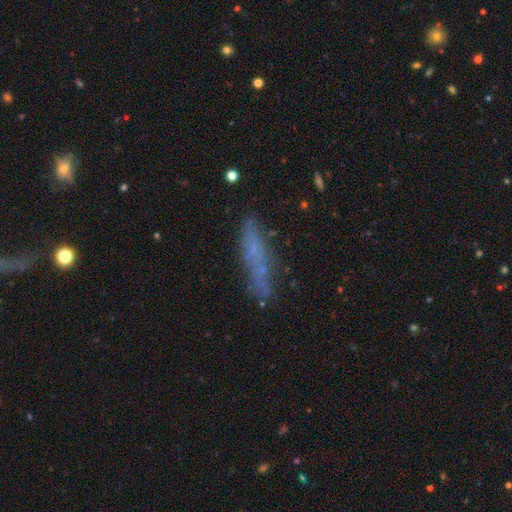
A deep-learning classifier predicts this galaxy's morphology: Smooth or featured? smooth (53%)
How rounded? cigar-shaped (83%)
Merging? none (68%)